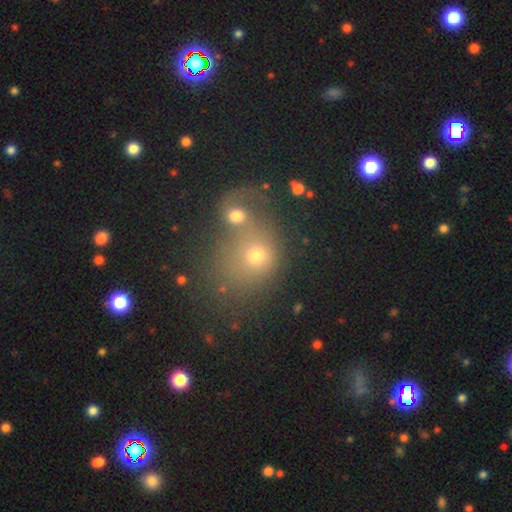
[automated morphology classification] Smooth or featured? smooth (63%)
How rounded? round (63%)
Merging? merger (66%)